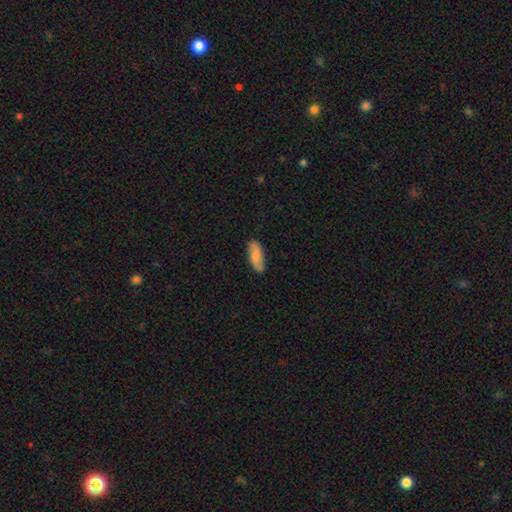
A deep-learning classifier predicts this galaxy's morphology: A smooth galaxy with no disk features (76%) that is in between round and cigar-shaped (75%). Merging: none (81%).